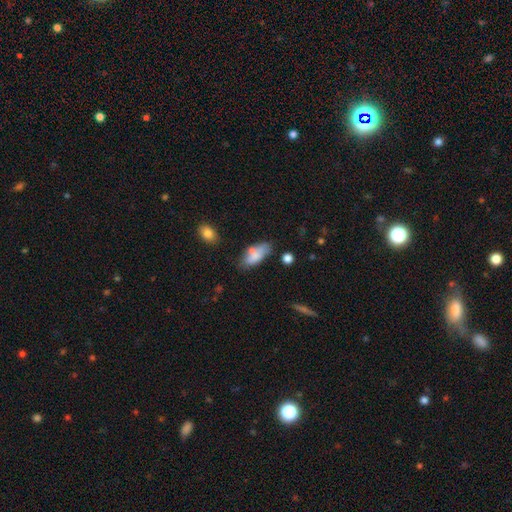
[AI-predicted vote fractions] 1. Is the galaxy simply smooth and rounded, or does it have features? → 72% smooth, 19% featured or disk, 8% star or artifact.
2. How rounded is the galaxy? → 83% in between, 14% cigar-shaped, 3% round.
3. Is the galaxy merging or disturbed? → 49% none, 25% minor disturbance, 16% merger, 10% major disturbance.